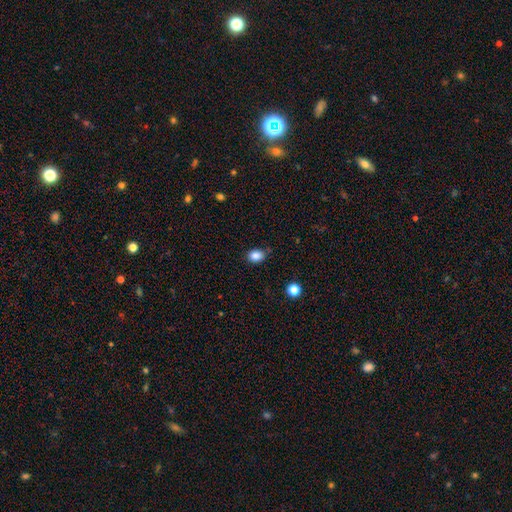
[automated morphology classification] Smooth or featured: smooth — 86% (star or artifact — 10%)
How rounded: in between — 64% (round — 35%)
Merging: none — 77% (minor disturbance — 17%)